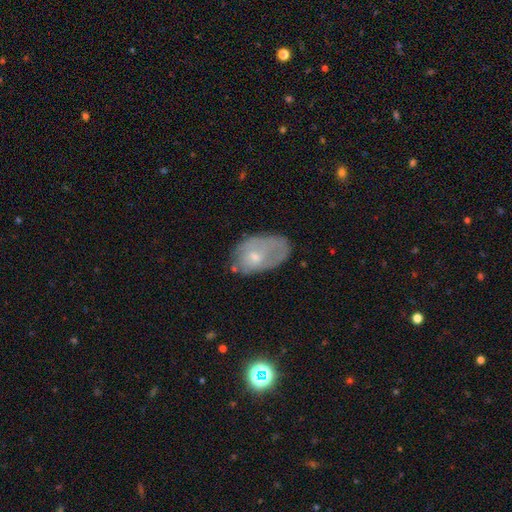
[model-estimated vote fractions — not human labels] This appears to be a smooth galaxy with no disk features (49%). Merging: none (41%).